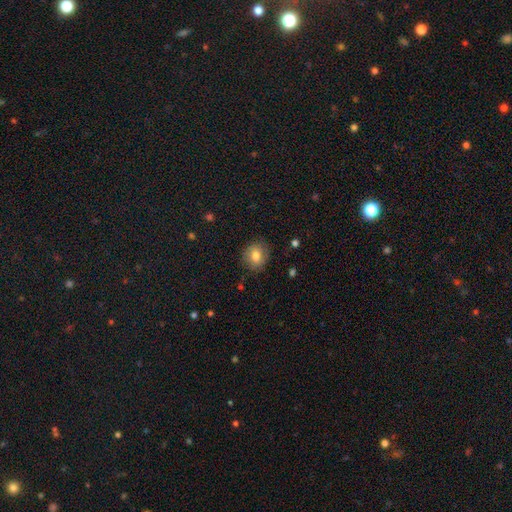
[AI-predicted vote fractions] Smooth or featured? smooth (79%)
How rounded? round (73%)
Merging? none (84%)